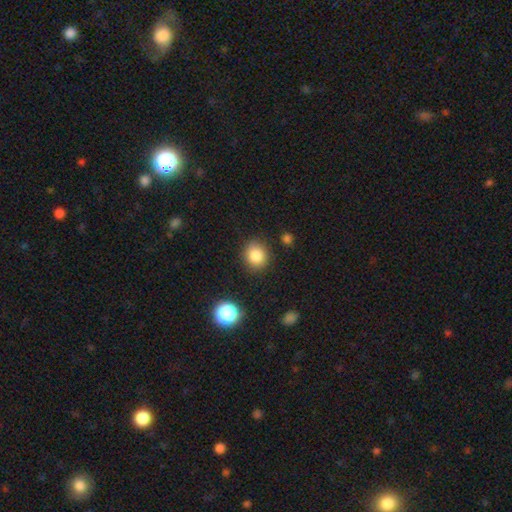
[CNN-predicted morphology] A smooth galaxy with no disk features (84%) that is round (80%). Merging: none (85%).